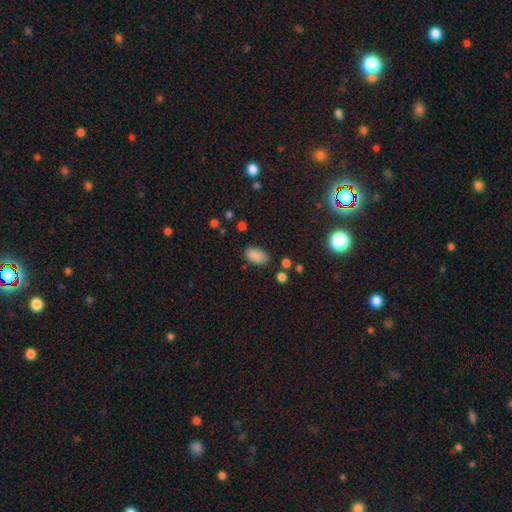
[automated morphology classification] This appears to be a smooth galaxy with no disk features (86%) that is in between round and cigar-shaped (93%). Merging: none (80%).